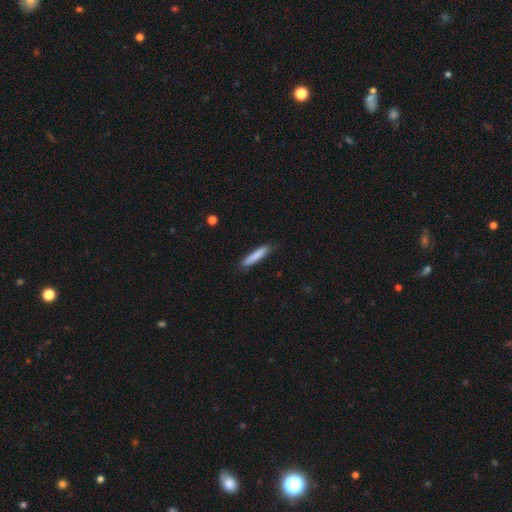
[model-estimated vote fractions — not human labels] A smooth galaxy with no disk features (83%) that is cigar-shaped (91%).

Vote fractions:
- Smooth or featured? smooth: 83% / featured or disk: 11% / star or artifact: 6%
- How rounded? cigar-shaped: 91% / in between: 8% / round: 1%
- Merging? none: 84% / minor disturbance: 12% / major disturbance: 2% / merger: 1%